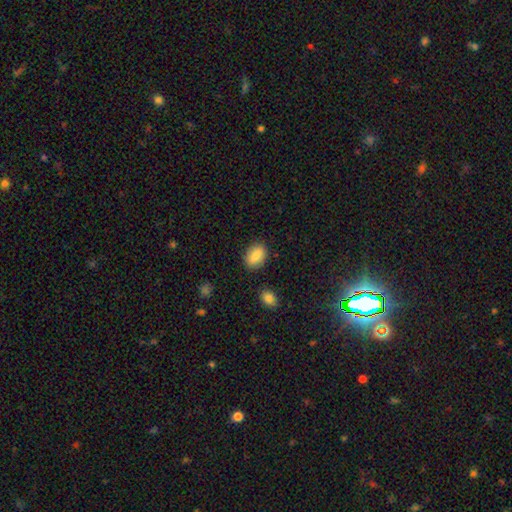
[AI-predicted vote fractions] The model was most divided on "how rounded": in between: 81%, round: 17%, cigar-shaped: 1%. More confident: merging — none (84%); smooth or featured — smooth (83%).